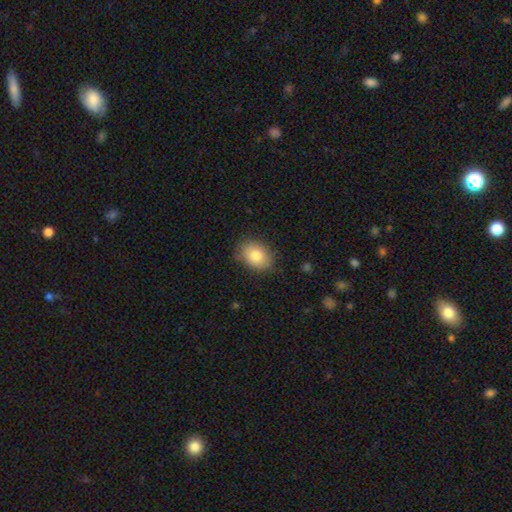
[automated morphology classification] Smooth or featured: smooth — 82% (featured or disk — 11%)
How rounded: in between — 70% (round — 29%)
Merging: none — 80% (minor disturbance — 15%)